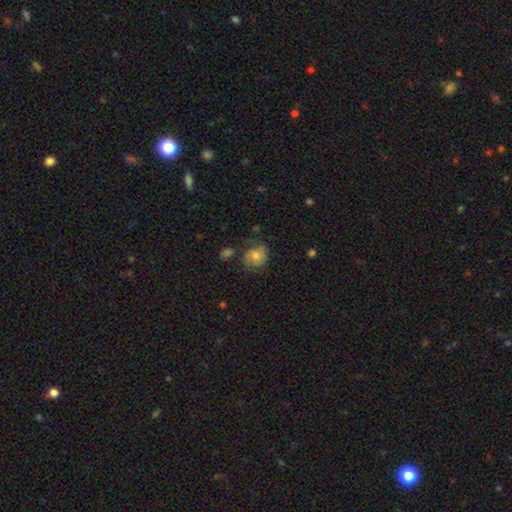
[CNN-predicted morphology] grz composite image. It shows a smooth galaxy with no disk features (67%) that is round (70%). Merging: none (56%).